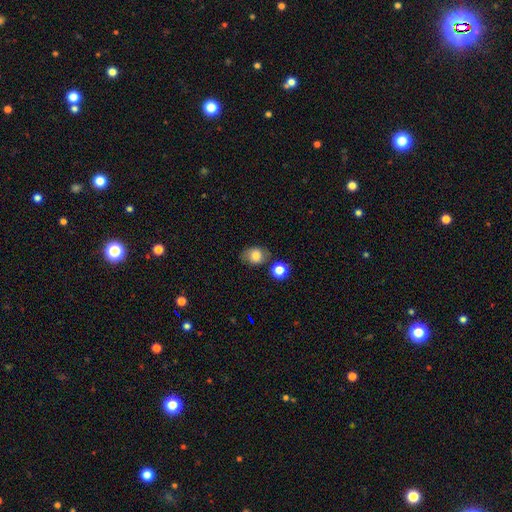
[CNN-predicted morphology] Smooth or featured: smooth — 76% (featured or disk — 13%)
How rounded: round — 55% (in between — 44%)
Merging: none — 64% (minor disturbance — 21%)